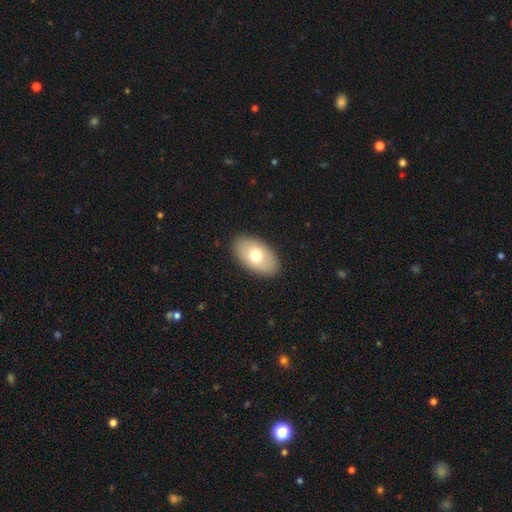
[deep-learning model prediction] Morphology: type=smooth (71%); roundness=in between (93%); merging=none (89%).